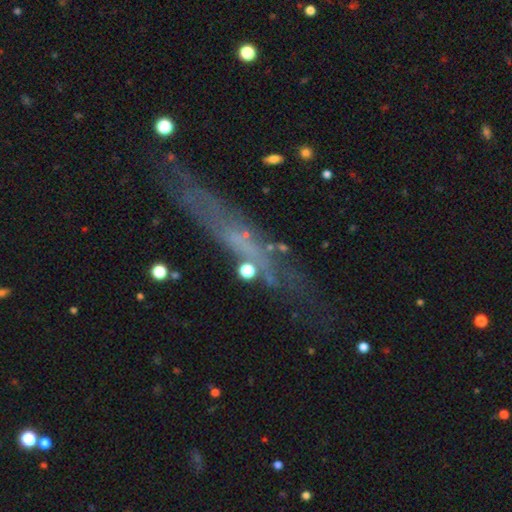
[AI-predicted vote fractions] smooth-or-featured: featured or disk: 50% | smooth: 31% | star or artifact: 19%
  merging: none: 68% | minor disturbance: 18% | major disturbance: 9% | merger: 4%